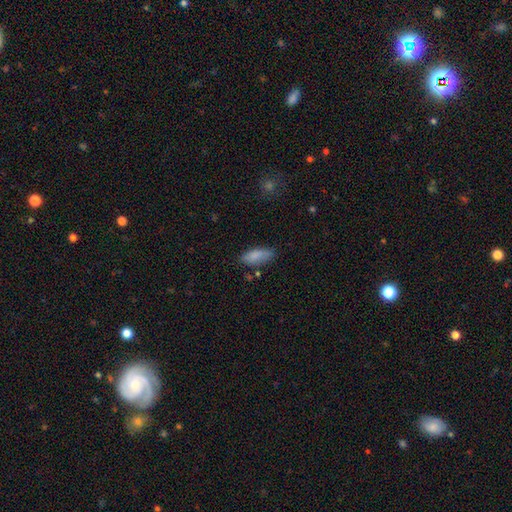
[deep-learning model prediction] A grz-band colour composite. It shows a smooth galaxy with no disk features (85%) that is in between round and cigar-shaped (77%). Merging: none (71%).